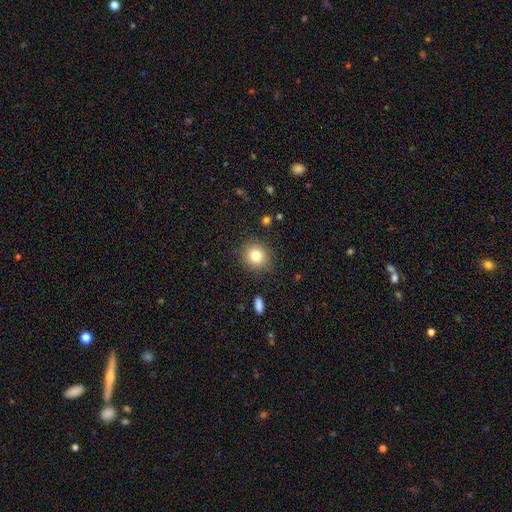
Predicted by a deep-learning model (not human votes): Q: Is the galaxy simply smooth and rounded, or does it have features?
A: smooth — 80%.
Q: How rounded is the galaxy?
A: round — 83%.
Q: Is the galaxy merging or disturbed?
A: none — 88%.